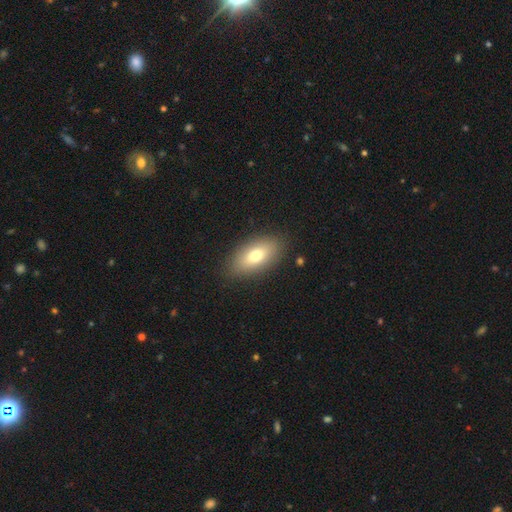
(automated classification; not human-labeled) This appears to be a smooth galaxy with no disk features (72%) that is in between round and cigar-shaped (88%). Merging: none (86%).